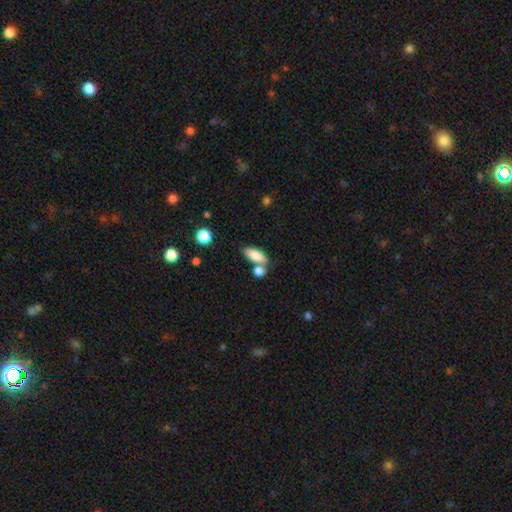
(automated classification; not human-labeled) Smooth or featured: smooth — 85% (featured or disk — 8%)
How rounded: in between — 81% (cigar-shaped — 15%)
Merging: none — 59% (merger — 25%)